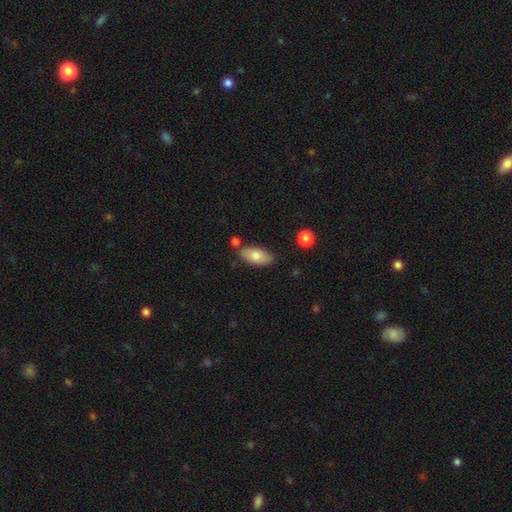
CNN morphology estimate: Smooth or featured? Predicted: smooth (p=0.77). How rounded? Predicted: in between (p=0.90). Merging? Predicted: none (p=0.77).